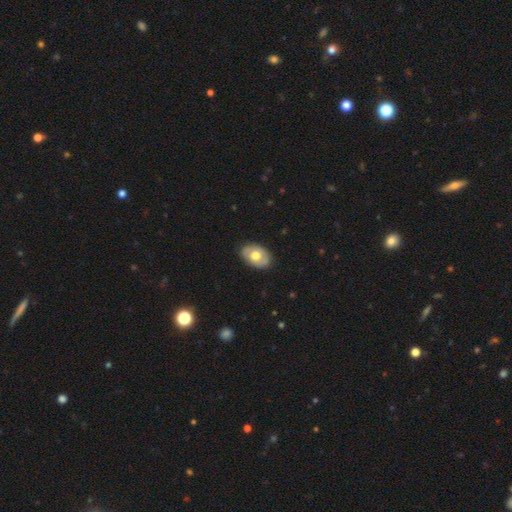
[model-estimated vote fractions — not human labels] smooth 55%, featured or disk 40%, star or artifact 6%. Down the decision tree: how rounded — in between (82%); merging — none (84%).